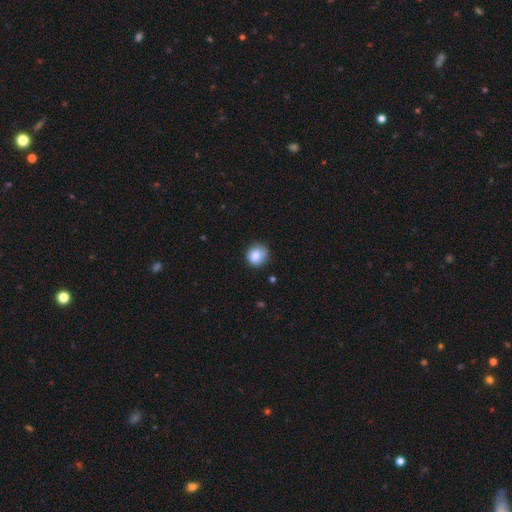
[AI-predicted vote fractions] The model was most divided on "merging": none: 73%, minor disturbance: 21%, major disturbance: 5%, merger: 2%. More confident: how rounded — round (84%); smooth or featured — smooth (84%).